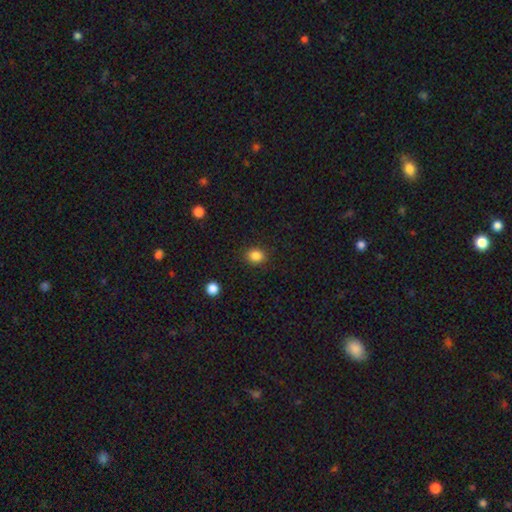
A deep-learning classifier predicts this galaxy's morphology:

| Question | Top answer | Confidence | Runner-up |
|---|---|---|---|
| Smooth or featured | smooth | 86% | star or artifact (11%) |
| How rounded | round | 65% | in between (34%) |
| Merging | none | 89% | minor disturbance (7%) |